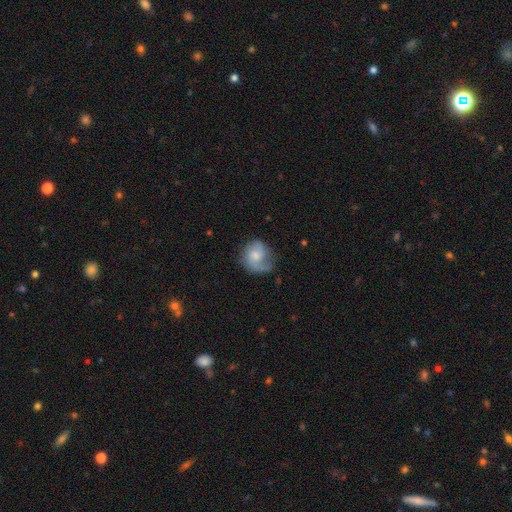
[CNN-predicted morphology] Smooth or featured? featured or disk (59%)
Edge-on disk? no (98%)
Bar? no (62%)
Spiral arms? yes (89%)
Spiral winding? medium (44%)
Spiral arm count? 2 (57%)
Bulge size? small (40%)
Merging? none (53%)